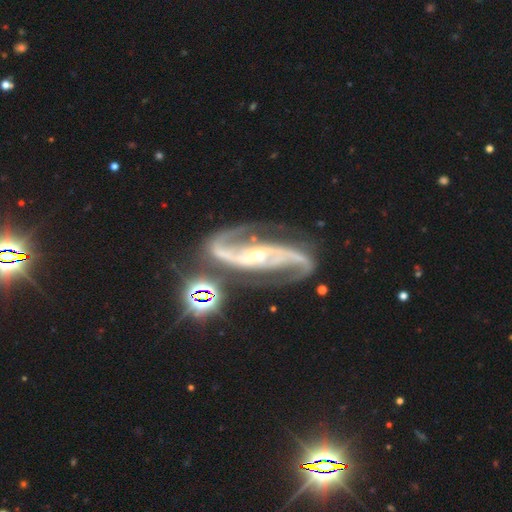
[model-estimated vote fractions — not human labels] Smooth or featured? Predicted: featured or disk (p=0.91). Edge-on disk? Predicted: no (p=0.96). Bar? Predicted: strong (p=0.43). Spiral arms? Predicted: yes (p=0.98). Spiral winding? Predicted: medium (p=0.53). Spiral arm count? Predicted: 2 (p=0.92). Bulge size? Predicted: small (p=0.68). Merging? Predicted: none (p=0.67).